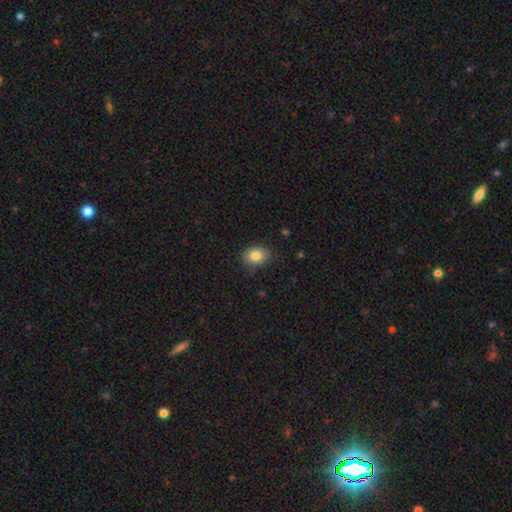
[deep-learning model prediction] The model was most divided on "how rounded": in between: 64%, round: 35%, cigar-shaped: 1%. More confident: smooth or featured — smooth (83%); merging — none (81%).